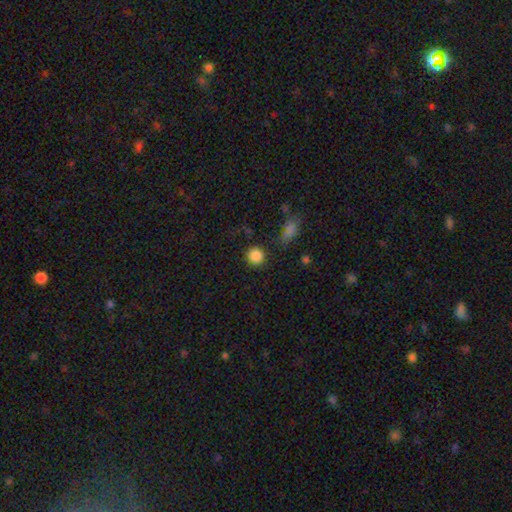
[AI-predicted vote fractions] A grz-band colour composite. It shows a smooth galaxy with no disk features (86%) that is round (92%). Merging: none (86%).